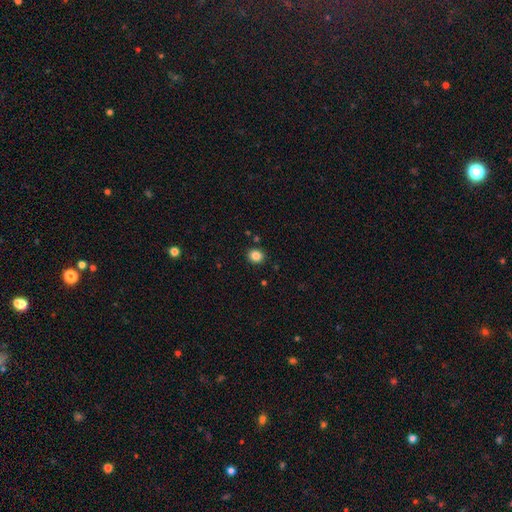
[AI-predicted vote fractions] smooth 85%, star or artifact 11%, featured or disk 4%. Down the decision tree: how rounded — round (80%); merging — none (90%).